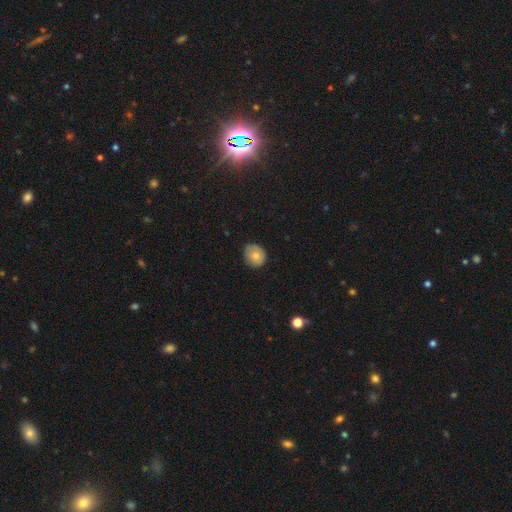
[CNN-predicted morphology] Overall: smooth (75%). How rounded: round (73%). Merging: none (74%).